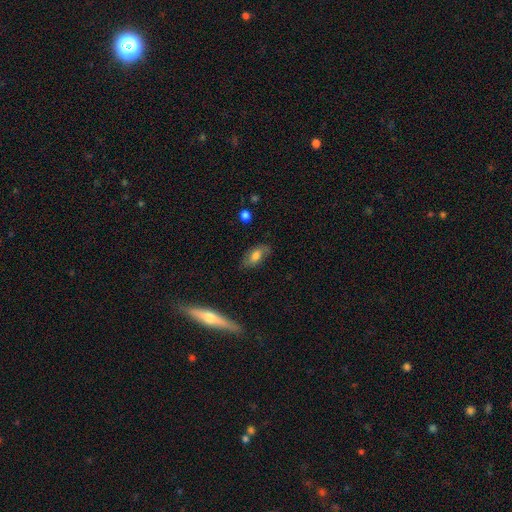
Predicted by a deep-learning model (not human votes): Overall: smooth (64%; featured or disk 27%). How rounded: in between (86%). Merging: none (77%).